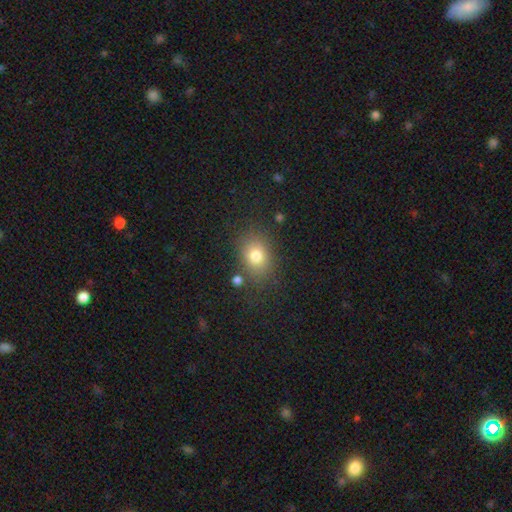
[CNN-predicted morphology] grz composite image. It shows a smooth galaxy with no disk features (78%) that is in between round and cigar-shaped (59%). Merging: none (78%).